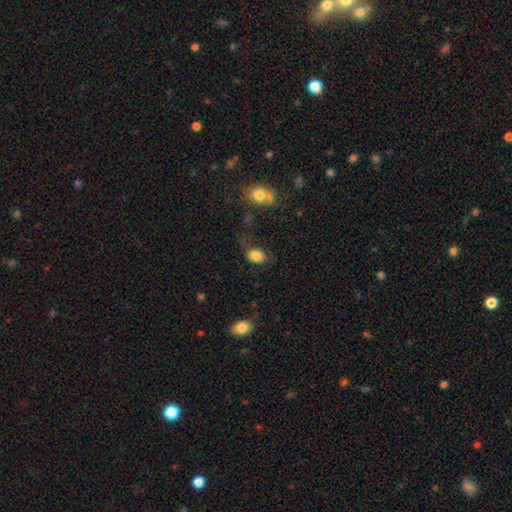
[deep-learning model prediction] A smooth galaxy with no disk features (85%) that is in between round and cigar-shaped (73%). Merging: none (57%).